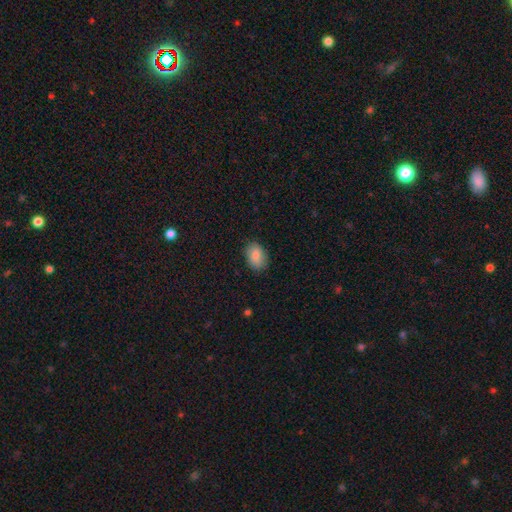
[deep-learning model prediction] The model was most divided on "how rounded": in between: 84%, round: 14%, cigar-shaped: 1%. More confident: merging — none (85%); smooth or featured — smooth (84%).